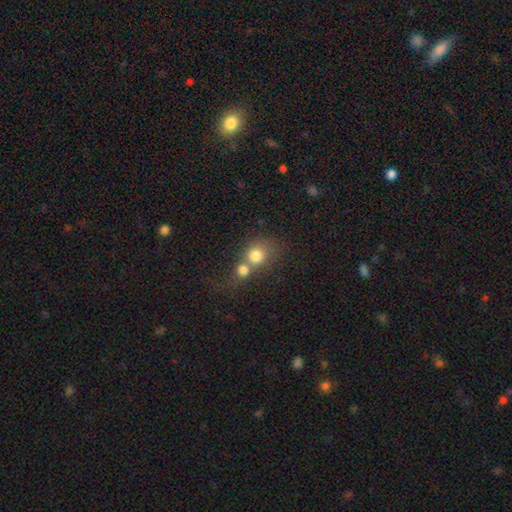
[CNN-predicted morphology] This is likely a smooth galaxy (75%). How rounded: likely round (78%). Merging: likely merger (62%).